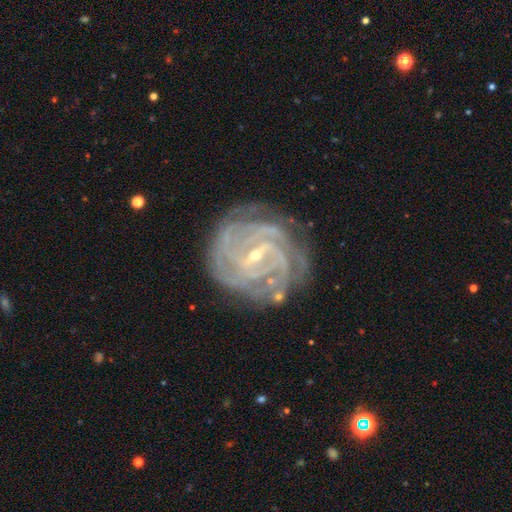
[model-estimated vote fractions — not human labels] Smooth or featured? Predicted: featured or disk (p=0.91). Edge-on disk? Predicted: no (p=0.97). Bar? Predicted: weak (p=0.45). Spiral arms? Predicted: yes (p=0.98). Spiral winding? Predicted: tight (p=0.78). Spiral arm count? Predicted: 4 (p=0.31). Bulge size? Predicted: small (p=0.75). Merging? Predicted: none (p=0.77).